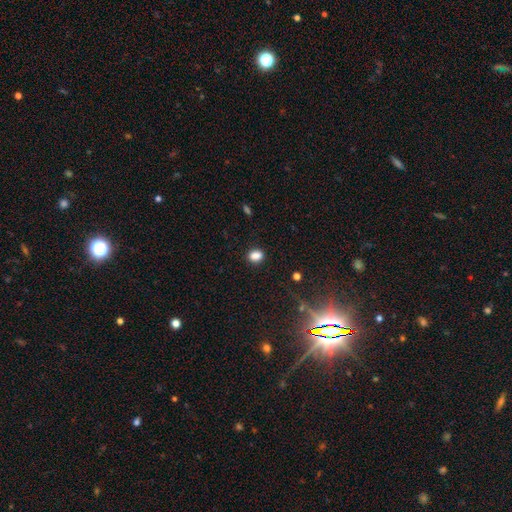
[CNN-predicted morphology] smooth 84%, star or artifact 11%, featured or disk 4%. Down the decision tree: how rounded — in between (62%); merging — none (85%).